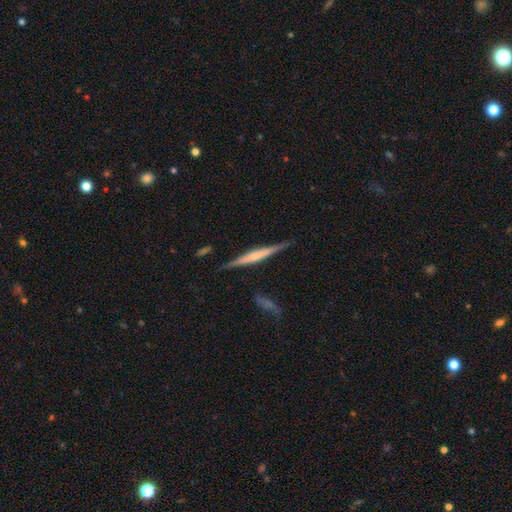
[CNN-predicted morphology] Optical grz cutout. It shows a featured or disk galaxy (67%) viewed edge-on (97%) with a rounded central bulge (46%). Merging: none (85%).